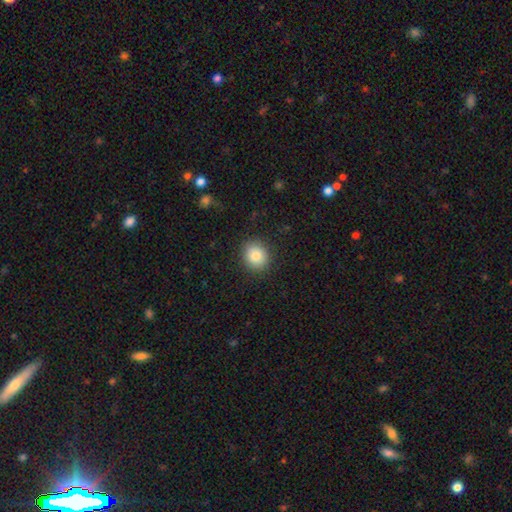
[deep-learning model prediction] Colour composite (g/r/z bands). It shows a smooth galaxy with no disk features (83%) that is round (73%). Merging: none (89%).